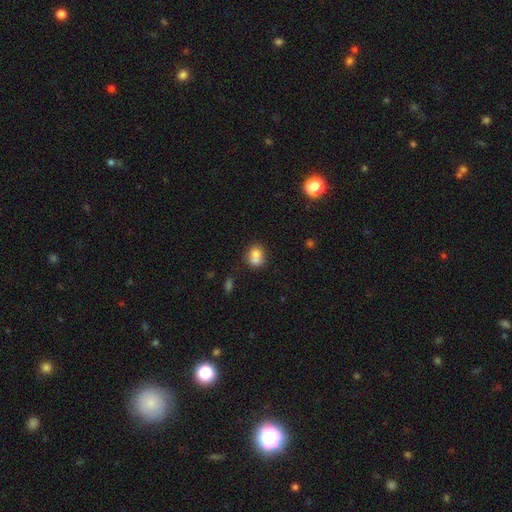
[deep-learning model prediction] smooth 72%, featured or disk 18%, star or artifact 10%. Down the decision tree: how rounded — round (66%); merging — merger (58%).